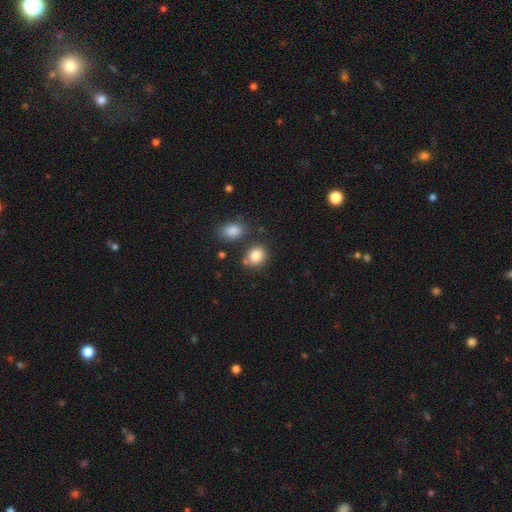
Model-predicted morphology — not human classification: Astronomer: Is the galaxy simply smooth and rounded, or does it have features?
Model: smooth — 85%.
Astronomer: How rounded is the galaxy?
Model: round — 62% (runner-up: in between, 37%).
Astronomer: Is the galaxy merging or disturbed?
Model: none — 71%.